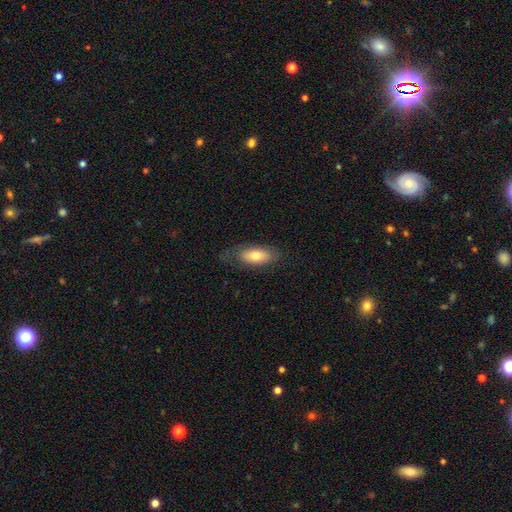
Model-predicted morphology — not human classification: Q: Smooth or featured?
A: smooth (70%); runner-up: featured or disk (23%)
Q: How rounded?
A: in between (82%); runner-up: cigar-shaped (15%)
Q: Merging?
A: none (71%); runner-up: minor disturbance (21%)